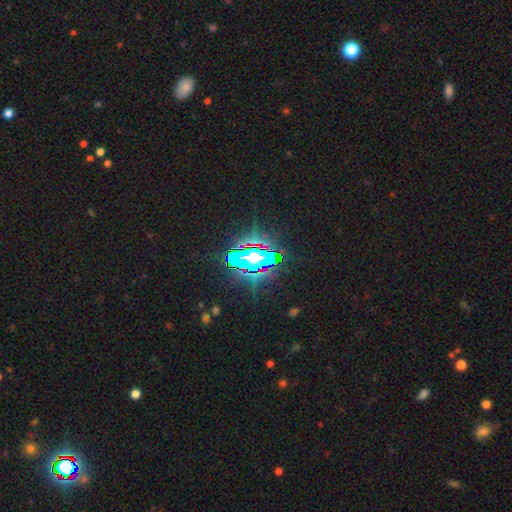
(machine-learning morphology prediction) Q: Smooth or featured?
A: star or artifact (65%); runner-up: smooth (18%)